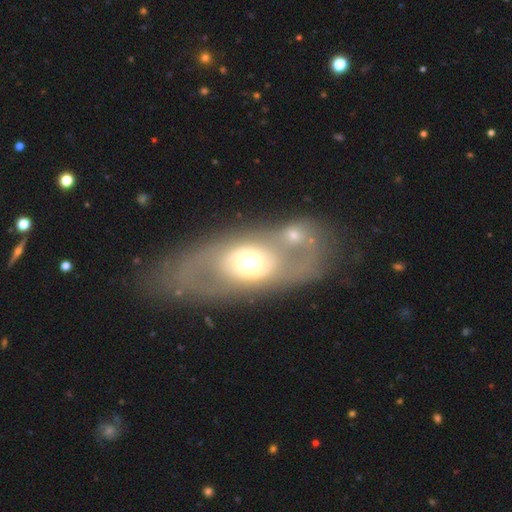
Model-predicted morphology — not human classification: The model was most divided on "spiral arms": yes: 60%, no: 40%. More confident: edge-on disk — no (84%); bar — no (71%); merging — none (70%); smooth or featured — featured or disk (69%); bulge size — moderate (61%).